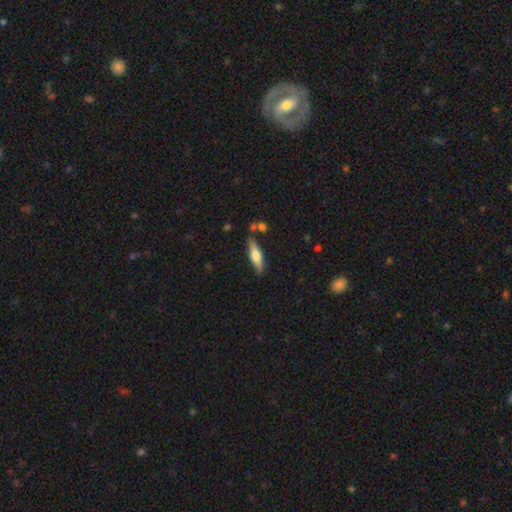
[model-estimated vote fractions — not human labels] smooth-or-featured: featured or disk: 48% | smooth: 46% | star or artifact: 6%
  merging: none: 80% | minor disturbance: 12% | merger: 6% | major disturbance: 3%